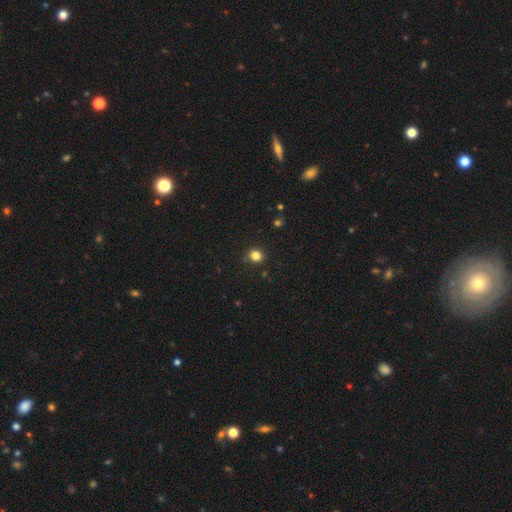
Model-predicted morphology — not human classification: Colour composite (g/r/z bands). It shows a smooth galaxy with no disk features (82%) that is round (81%). Merging: none (87%).